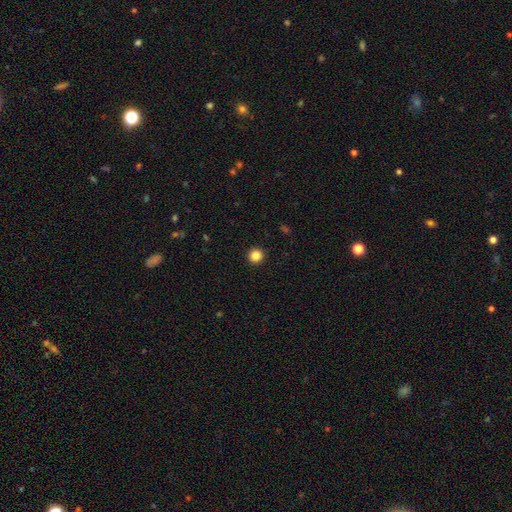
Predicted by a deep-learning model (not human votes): Q: Smooth or featured?
A: smooth (85%); runner-up: star or artifact (11%)
Q: How rounded?
A: round (96%); runner-up: in between (3%)
Q: Merging?
A: none (94%); runner-up: minor disturbance (4%)